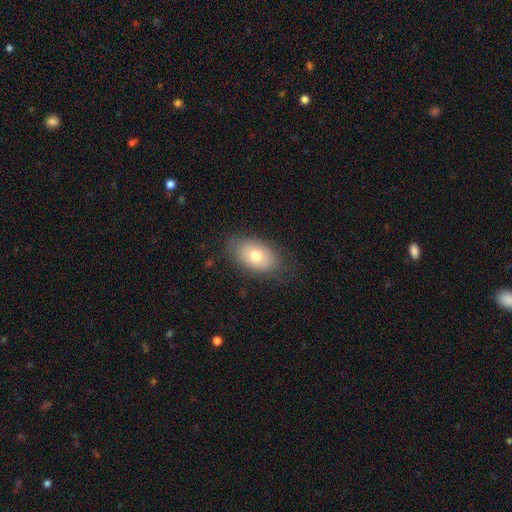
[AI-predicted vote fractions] smooth_or_featured: smooth (p=0.70) [alt: featured or disk p=0.22]
how_rounded: in between (p=0.87) [alt: round p=0.11]
merging: none (p=0.78) [alt: minor disturbance p=0.16]